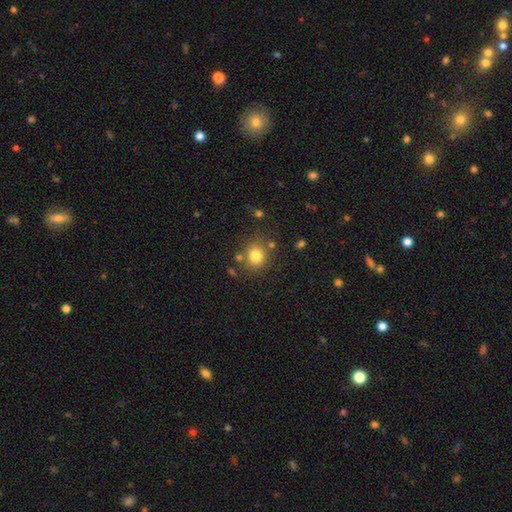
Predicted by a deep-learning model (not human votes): The model was most divided on "smooth or featured": smooth: 79%, star or artifact: 13%, featured or disk: 8%. More confident: how rounded — round (82%); merging — none (78%).